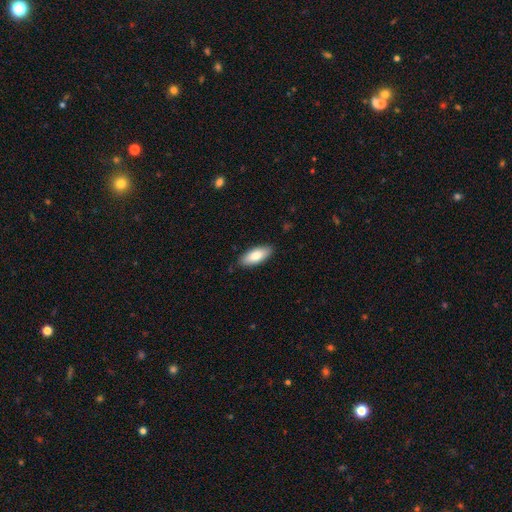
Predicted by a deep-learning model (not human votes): Overall: smooth (81%). How rounded: in between (82%). Merging: none (87%).